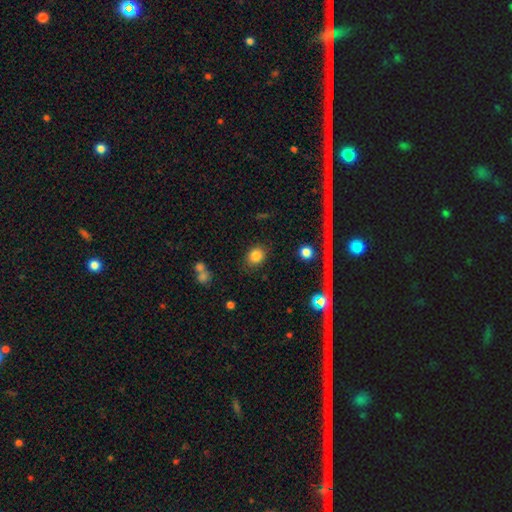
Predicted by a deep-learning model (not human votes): Q: Smooth or featured?
A: smooth (84%); runner-up: star or artifact (11%)
Q: How rounded?
A: round (66%); runner-up: in between (33%)
Q: Merging?
A: none (83%); runner-up: minor disturbance (11%)